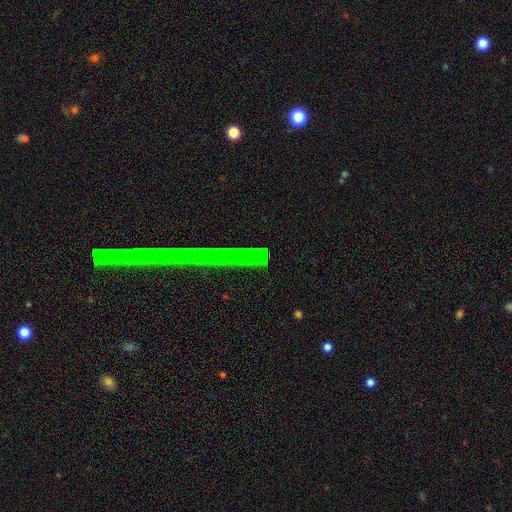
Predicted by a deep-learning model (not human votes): A star or artifact, not a galaxy (63%).

Vote fractions:
- Smooth or featured? star or artifact: 63% / smooth: 21% / featured or disk: 16%